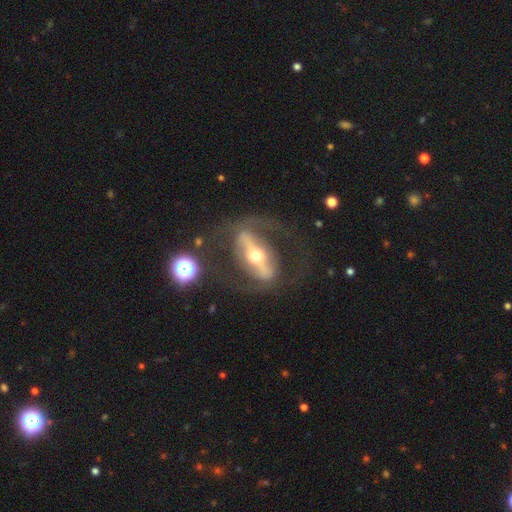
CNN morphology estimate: smooth_or_featured: featured or disk (p=0.82) [alt: smooth p=0.11]
disk_edge_on: no (p=0.76) [alt: yes p=0.24]
bar: strong (p=0.74) [alt: weak p=0.14]
has_spiral_arms: yes (p=0.54) [alt: no p=0.46]
bulge_size: moderate (p=0.62) [alt: small p=0.30]
merging: none (p=0.60) [alt: major disturbance p=0.22]